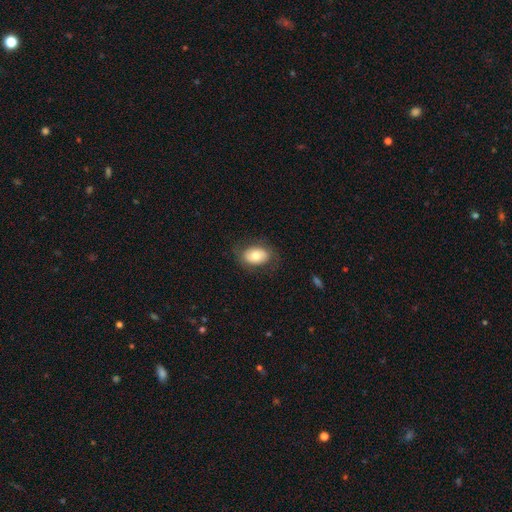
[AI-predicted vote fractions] A smooth galaxy with no disk features (73%) that is in between round and cigar-shaped (78%).

Vote fractions:
- Smooth or featured? smooth: 73% / featured or disk: 20% / star or artifact: 8%
- How rounded? in between: 78% / round: 21% / cigar-shaped: 1%
- Merging? none: 78% / minor disturbance: 15% / major disturbance: 6% / merger: 1%